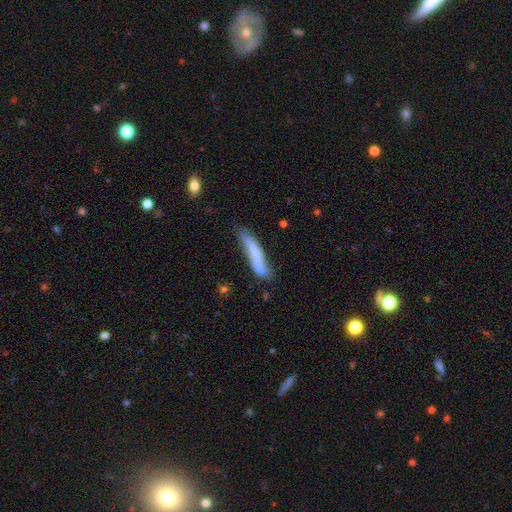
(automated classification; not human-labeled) This appears to be a smooth galaxy with no disk features (64%) that is cigar-shaped (86%). Merging: none (51%).